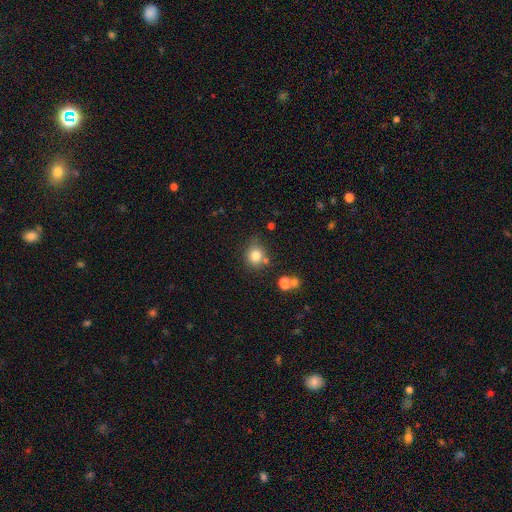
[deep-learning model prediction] A smooth galaxy with no disk features (81%) that is round (82%). Merging: none (67%).